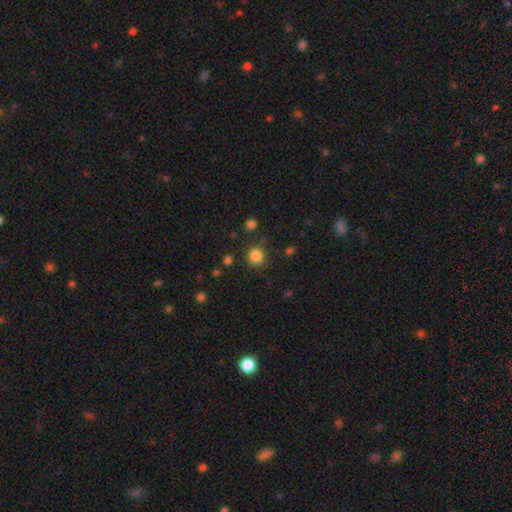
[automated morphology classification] Smooth or featured?
  - smooth: 84% *
  - star or artifact: 12%
  - featured or disk: 4%
How rounded?
  - round: 93% *
  - in between: 6%
  - cigar-shaped: 1%
Merging?
  - none: 84% *
  - minor disturbance: 9%
  - merger: 4%
  - major disturbance: 3%